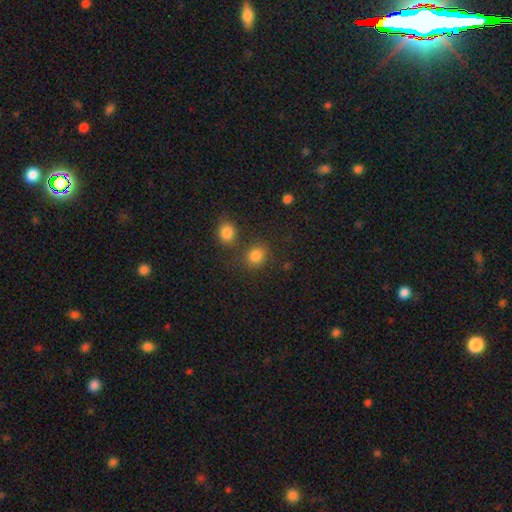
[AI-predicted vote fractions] smooth 83%, star or artifact 12%, featured or disk 5%. Down the decision tree: how rounded — round (77%); merging — none (69%).